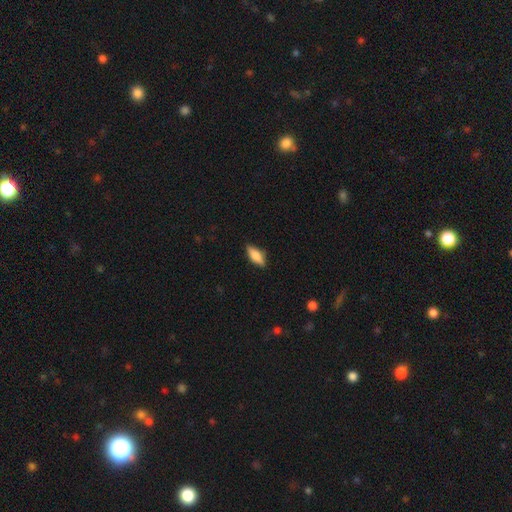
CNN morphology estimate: The model was most divided on "how rounded": in between: 76%, cigar-shaped: 21%, round: 3%. More confident: merging — none (85%); smooth or featured — smooth (77%).